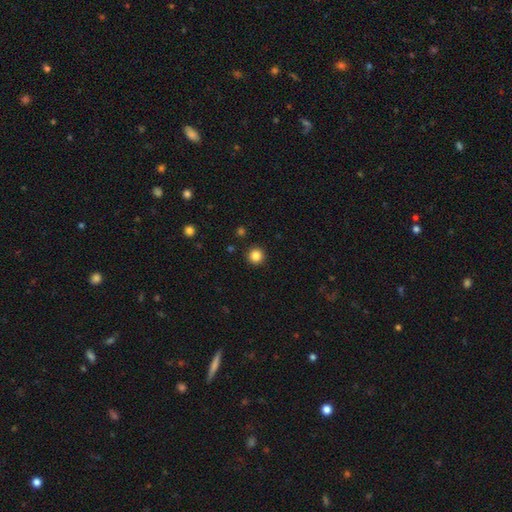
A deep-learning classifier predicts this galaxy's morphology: Q: Smooth or featured?
A: smooth (85%); runner-up: star or artifact (11%)
Q: How rounded?
A: round (95%); runner-up: in between (4%)
Q: Merging?
A: none (93%); runner-up: minor disturbance (4%)